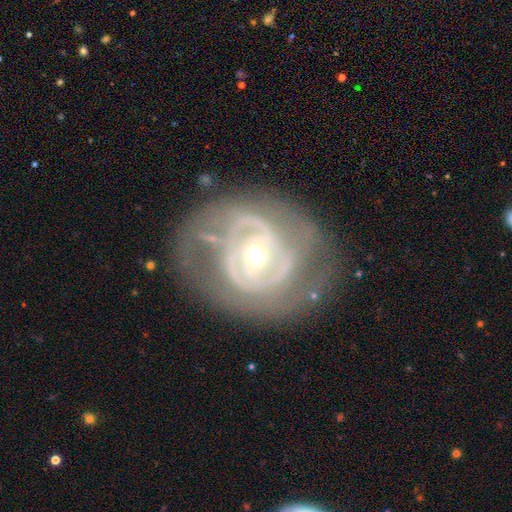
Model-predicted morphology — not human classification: type=featured or disk (83%); edge-on=no (97%); bar=no (60%); spiral arms=yes (80%); winding=tight (59%); arm count=2 (37%); bulge=small (65%); merging=none (55%).